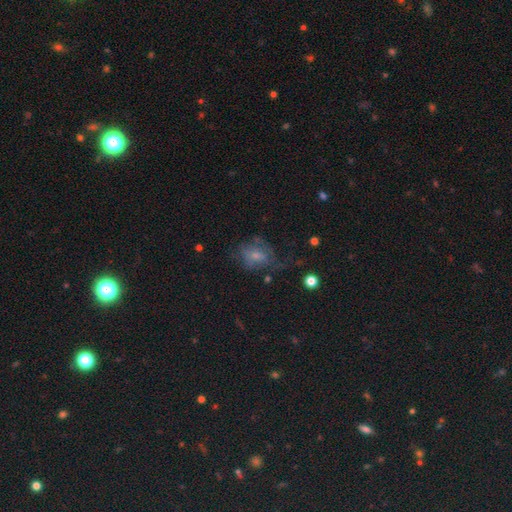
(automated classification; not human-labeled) The model was most divided on "smooth or featured" (2-way tie): featured or disk: 43%, smooth: 43%, star or artifact: 14%. Remaining: merging — major disturbance (37%).